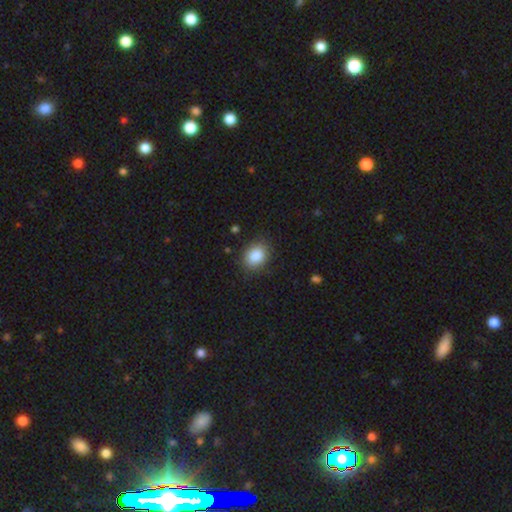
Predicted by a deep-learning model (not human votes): smooth-or-featured: smooth: 87% | star or artifact: 8% | featured or disk: 5%
  how-rounded: in between: 59% | round: 40% | cigar-shaped: 1%
  merging: none: 84% | minor disturbance: 11% | major disturbance: 3% | merger: 1%